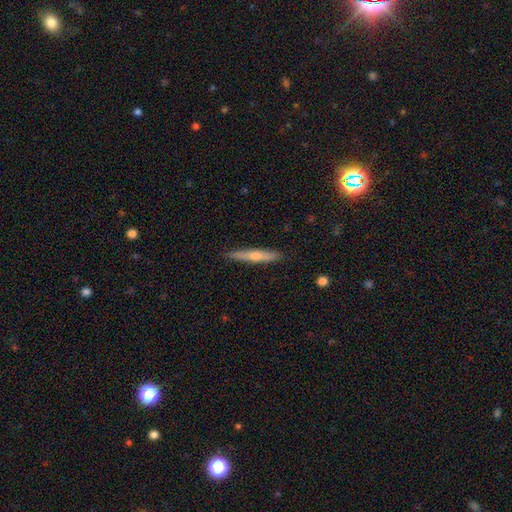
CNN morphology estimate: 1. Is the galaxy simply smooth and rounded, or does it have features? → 49% featured or disk, 45% smooth, 6% star or artifact.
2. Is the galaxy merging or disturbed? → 90% none, 8% minor disturbance, 1% major disturbance, 1% merger.